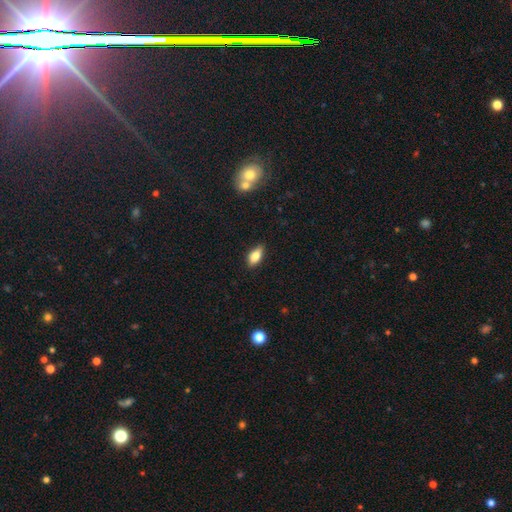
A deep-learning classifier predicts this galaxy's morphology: This is likely a smooth galaxy (79%). How rounded: clearly in between (85%). Merging: clearly none (82%).